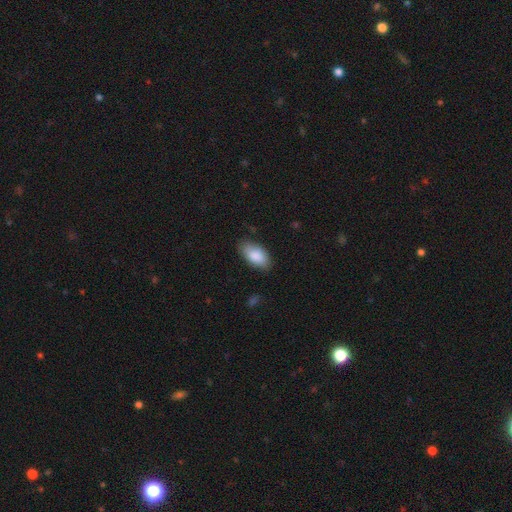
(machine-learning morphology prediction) smooth 87%, featured or disk 7%, star or artifact 6%. Down the decision tree: how rounded — in between (94%); merging — none (81%).